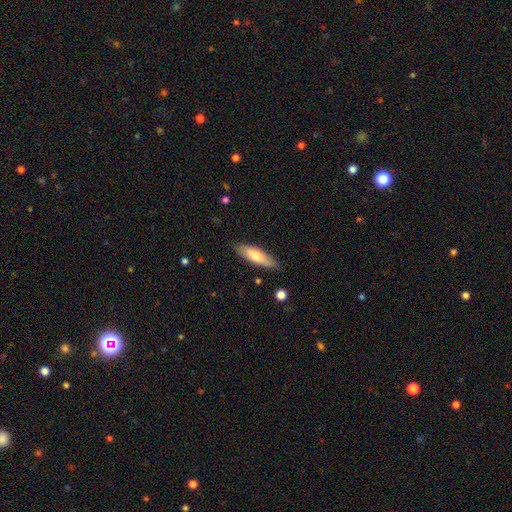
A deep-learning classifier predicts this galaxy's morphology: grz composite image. It shows a smooth galaxy with no disk features (69%) that is cigar-shaped (52%). Merging: none (84%).